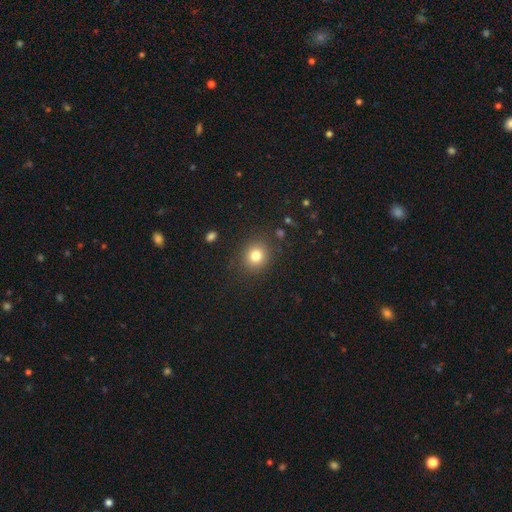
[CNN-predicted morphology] Smooth or featured? Predicted: smooth (p=0.80). How rounded? Predicted: round (p=0.81). Merging? Predicted: none (p=0.87).